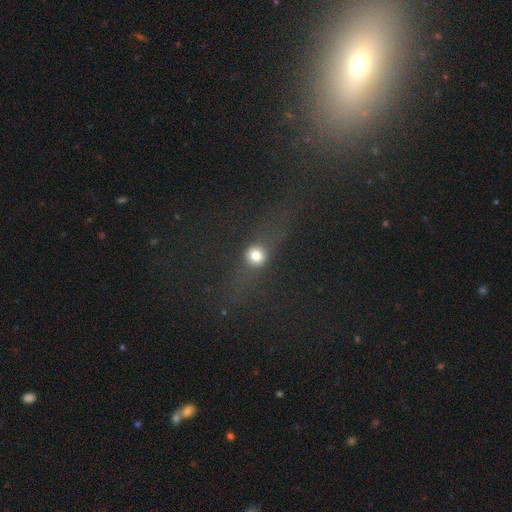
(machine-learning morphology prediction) A smooth galaxy with no disk features (67%) that is round (74%).

Vote fractions:
- Smooth or featured? smooth: 67% / star or artifact: 18% / featured or disk: 14%
- How rounded? round: 74% / in between: 20% / cigar-shaped: 6%
- Merging? none: 61% / major disturbance: 17% / minor disturbance: 14% / merger: 8%